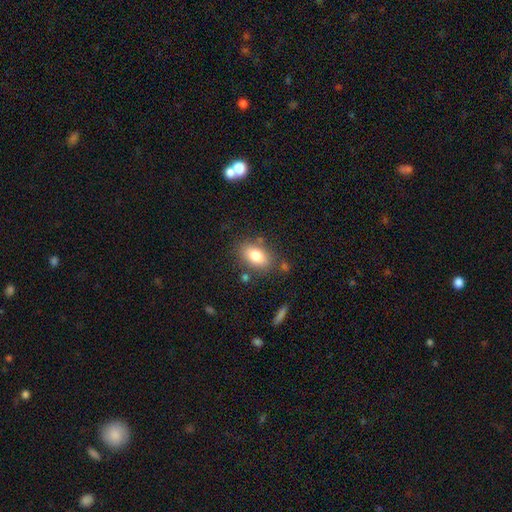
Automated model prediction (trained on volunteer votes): The model was most divided on "merging": none: 77%, minor disturbance: 14%, merger: 5%, major disturbance: 4%. More confident: how rounded — in between (88%); smooth or featured — smooth (81%).